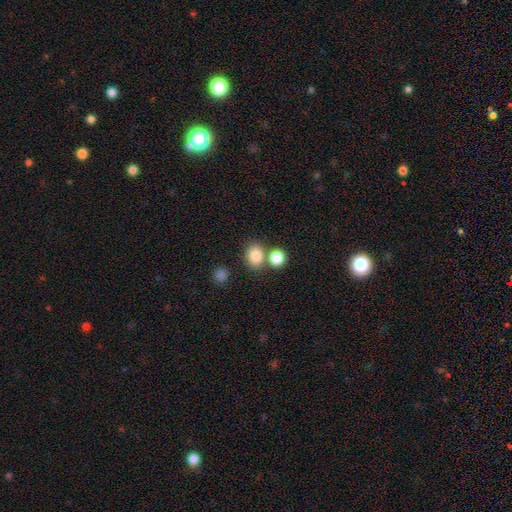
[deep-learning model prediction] smooth-or-featured: smooth: 84% | star or artifact: 10% | featured or disk: 6%
  how-rounded: round: 57% | in between: 42% | cigar-shaped: 1%
  merging: none: 57% | merger: 31% | minor disturbance: 9% | major disturbance: 3%